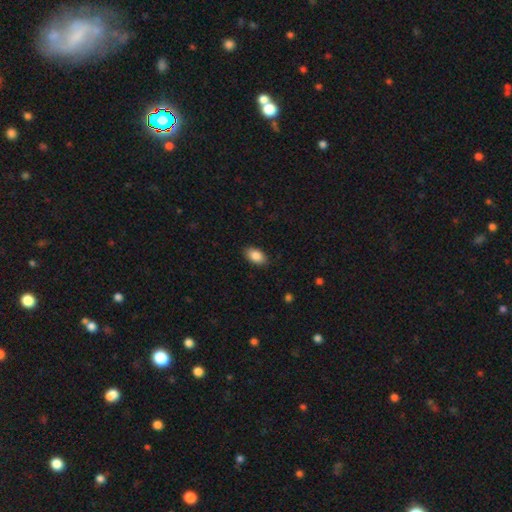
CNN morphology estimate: Smooth or featured?
  - smooth: 87% *
  - star or artifact: 7%
  - featured or disk: 6%
How rounded?
  - in between: 92% *
  - round: 7%
  - cigar-shaped: 2%
Merging?
  - none: 87% *
  - minor disturbance: 10%
  - major disturbance: 2%
  - merger: 1%